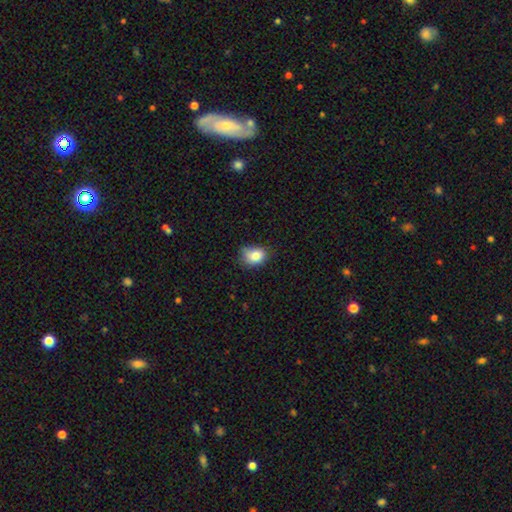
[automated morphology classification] smooth-or-featured: smooth: 82% | star or artifact: 10% | featured or disk: 8%
  how-rounded: in between: 58% | round: 41% | cigar-shaped: 1%
  merging: none: 57% | minor disturbance: 33% | major disturbance: 7% | merger: 2%